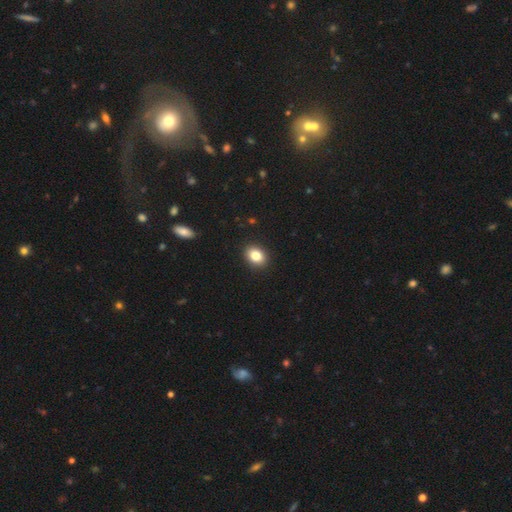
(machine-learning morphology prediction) smooth-or-featured: smooth: 84% | star or artifact: 9% | featured or disk: 7%
  how-rounded: in between: 63% | round: 36% | cigar-shaped: 1%
  merging: none: 91% | minor disturbance: 6% | major disturbance: 2% | merger: 1%